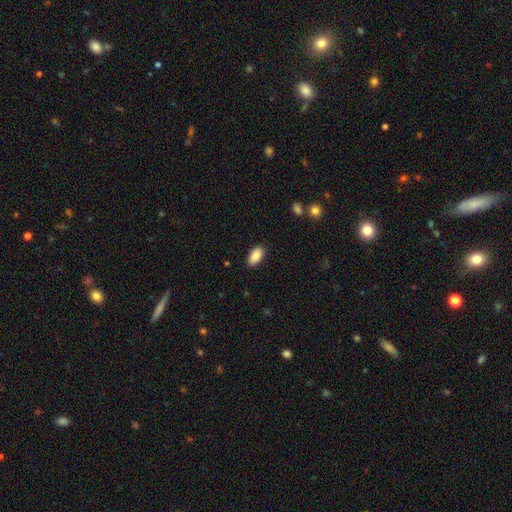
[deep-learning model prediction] The model was most divided on "merging": none: 88%, minor disturbance: 9%, major disturbance: 2%, merger: 1%. More confident: how rounded — in between (93%); smooth or featured — smooth (88%).